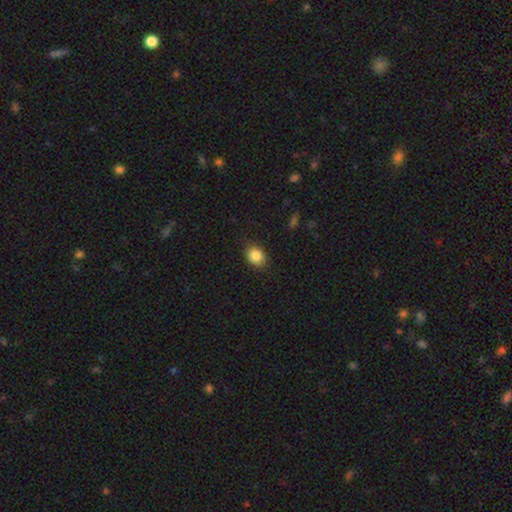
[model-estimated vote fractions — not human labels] Smooth or featured? smooth (85%)
How rounded? round (51%)
Merging? none (84%)